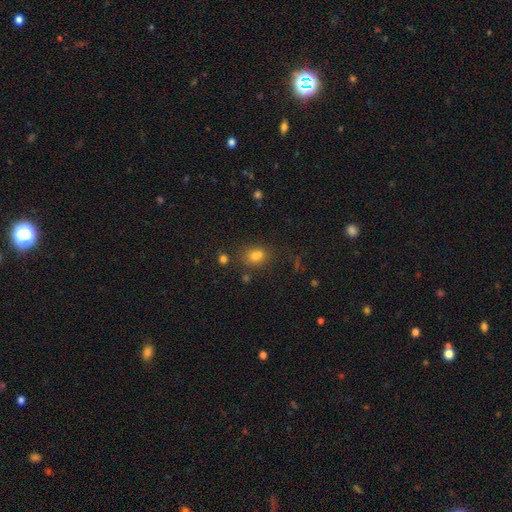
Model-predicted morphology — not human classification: The model was most divided on "how rounded": round: 53%, in between: 46%, cigar-shaped: 1%. More confident: smooth or featured — smooth (69%); merging — none (60%).